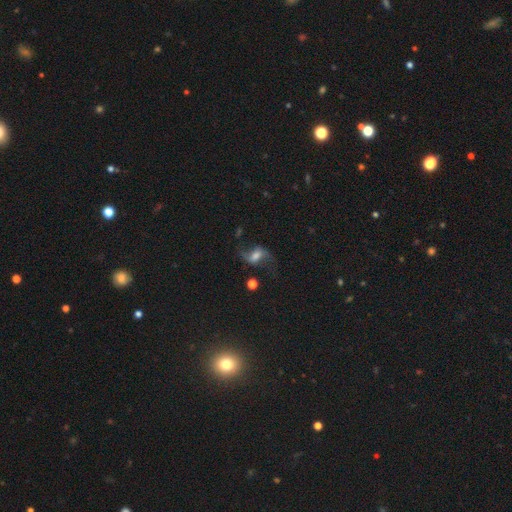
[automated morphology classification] smooth-or-featured: featured or disk: 67% | smooth: 22% | star or artifact: 11%
  disk-edge-on: no: 95% | yes: 5%
    bar: weak: 47% | no: 31% | strong: 23%
    has-spiral-arms: yes: 91% | no: 9%
      spiral-winding: loose: 84% | medium: 13% | tight: 3%
      spiral-arm-count: 2: 91% | 1: 3% | can't tell: 3% | 3: 1% | 4: 1% | more than 4: 1%
    bulge-size: moderate: 46% | small: 24% | large: 18% | none: 8% | dominant: 3%
  merging: none: 61% | major disturbance: 18% | minor disturbance: 17% | merger: 3%